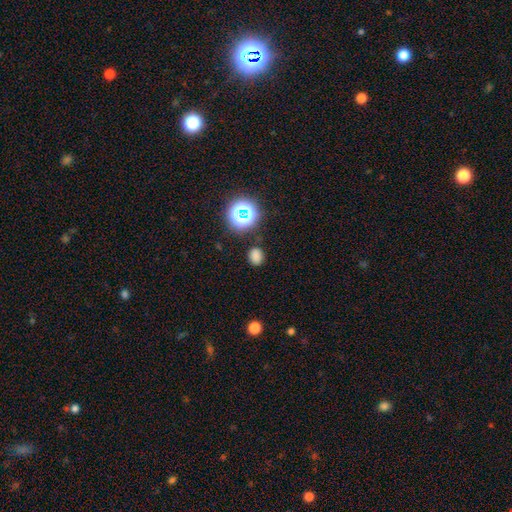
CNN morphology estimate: Smooth or featured? smooth (74%)
How rounded? round (51%)
Merging? none (82%)